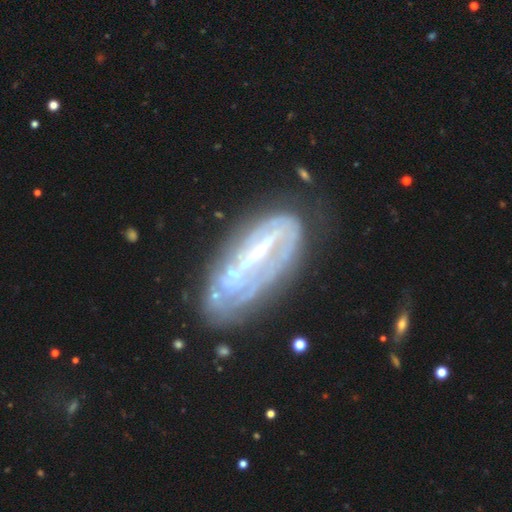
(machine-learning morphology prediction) This is likely a featured or disk galaxy (78%). It is clearly not viewed edge-on (85%). Bar: likely strong (62%). Spiral arm pattern: likely yes (66%). Central bulge: possibly small (47%). Merging: possibly none (57%).